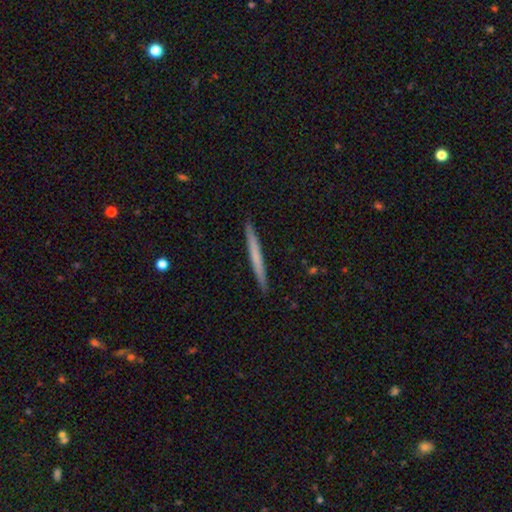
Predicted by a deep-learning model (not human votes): Smooth or featured?
  - smooth: 59% *
  - featured or disk: 36%
  - star or artifact: 5%
How rounded?
  - cigar-shaped: 97% *
  - in between: 2%
  - round: 1%
Merging?
  - none: 92% *
  - minor disturbance: 6%
  - major disturbance: 1%
  - merger: 1%